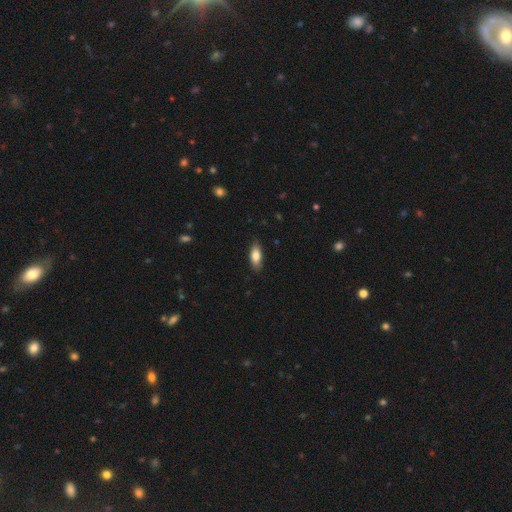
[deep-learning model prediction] smooth-or-featured: smooth: 80% | featured or disk: 14% | star or artifact: 6%
  how-rounded: in between: 79% | cigar-shaped: 18% | round: 2%
  merging: none: 85% | minor disturbance: 12% | major disturbance: 2% | merger: 1%